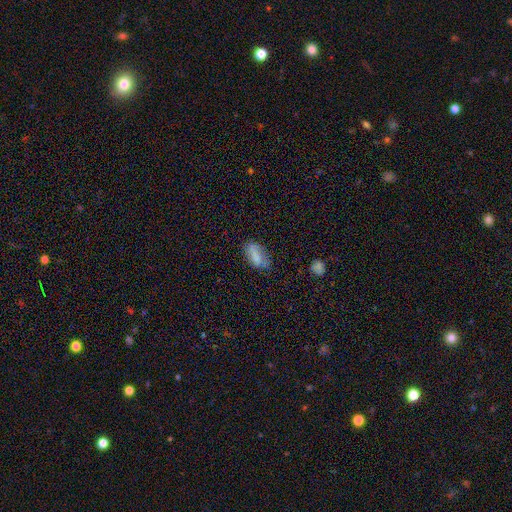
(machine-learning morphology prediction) type=smooth (77%); roundness=in between (83%); merging=none (60%).